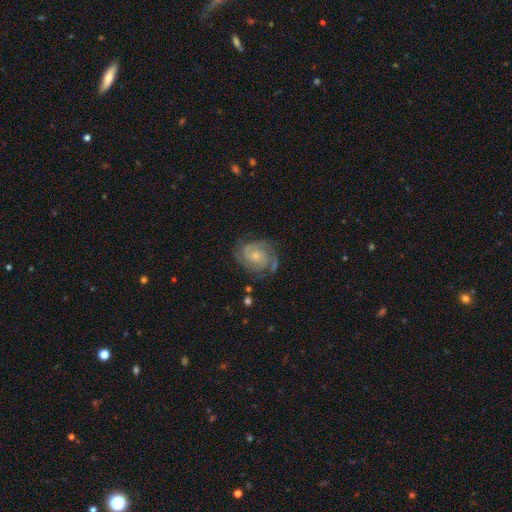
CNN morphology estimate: This is clearly a featured or disk galaxy (85%). It is clearly not viewed edge-on (98%). Bar: likely no (73%). Spiral arm pattern: clearly yes (96%). Spiral arm count: marginally 2 (39%). Spiral winding: possibly tight (58%). Central bulge: likely small (61%). Merging: likely none (72%).